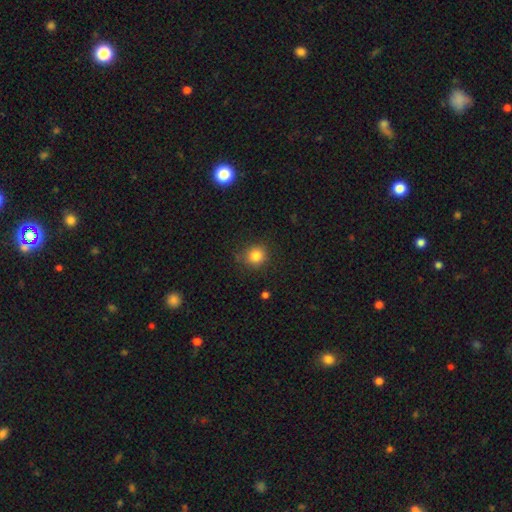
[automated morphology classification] Smooth or featured? smooth (83%)
How rounded? round (89%)
Merging? none (85%)